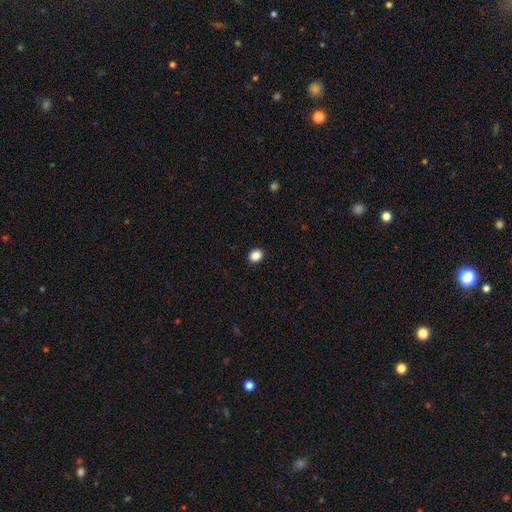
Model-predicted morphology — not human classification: smooth 87%, star or artifact 10%, featured or disk 3%. Down the decision tree: how rounded — round (59%); merging — none (92%).